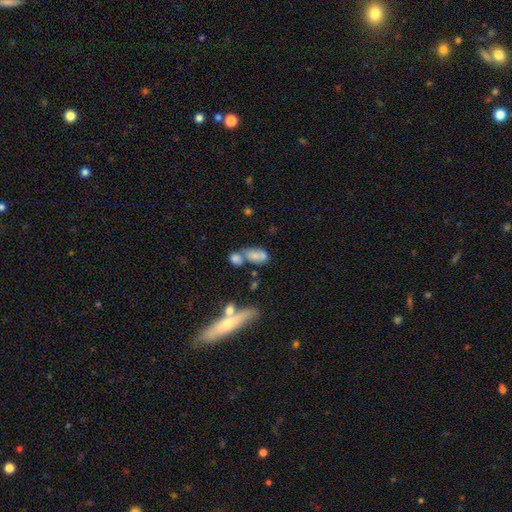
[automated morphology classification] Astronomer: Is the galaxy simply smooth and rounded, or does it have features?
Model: smooth — 63%.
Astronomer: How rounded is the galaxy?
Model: in between — 81%.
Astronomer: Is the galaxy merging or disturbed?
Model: merger — 44% (runner-up: none, 33%).